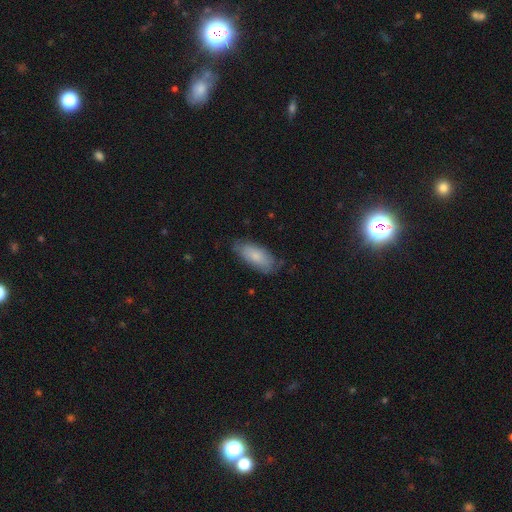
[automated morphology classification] This appears to be a smooth galaxy with no disk features (77%) that is in between round and cigar-shaped (84%). Merging: none (72%).